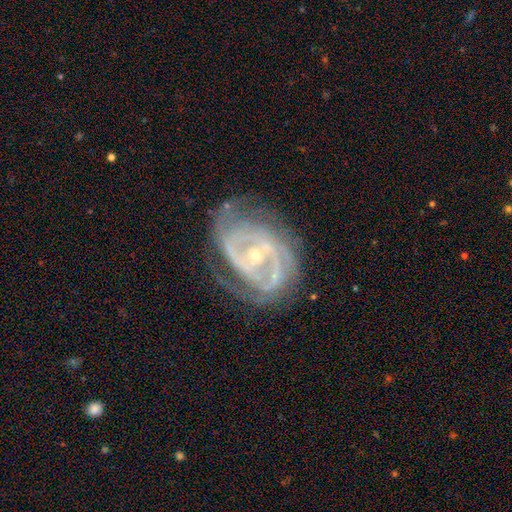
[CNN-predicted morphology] Smooth or featured: featured or disk — 89% (star or artifact — 6%)
Edge-on disk: no — 97% (yes — 3%)
Bar: no — 42% (weak — 36%)
Spiral arms: yes — 95% (no — 5%)
Spiral winding: tight — 58% (medium — 34%)
Spiral arm count: 2 — 43% (can't tell — 20%)
Bulge size: small — 65% (moderate — 32%)
Merging: none — 64% (minor disturbance — 22%)